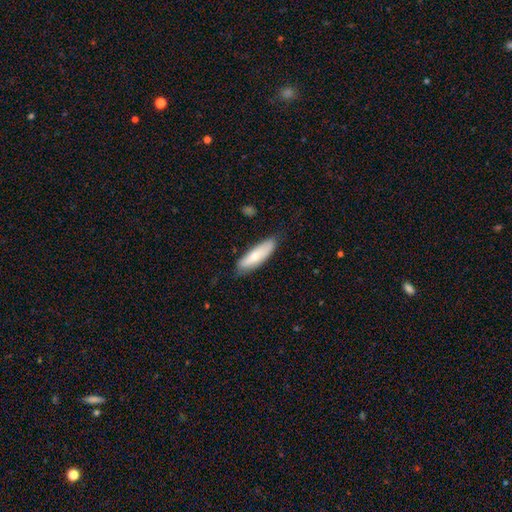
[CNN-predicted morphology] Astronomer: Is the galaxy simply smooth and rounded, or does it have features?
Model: smooth — 71%.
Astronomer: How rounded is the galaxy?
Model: cigar-shaped — 53% (runner-up: in between, 45%).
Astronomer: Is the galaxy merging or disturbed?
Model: none — 77%.